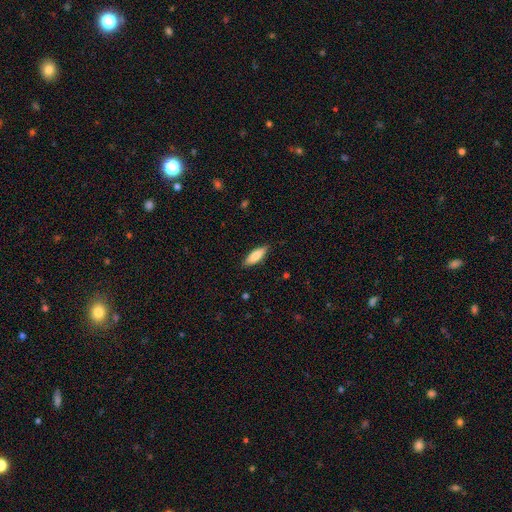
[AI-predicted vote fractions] Morphology: type=smooth (80%); roundness=in between (55%); merging=none (86%).